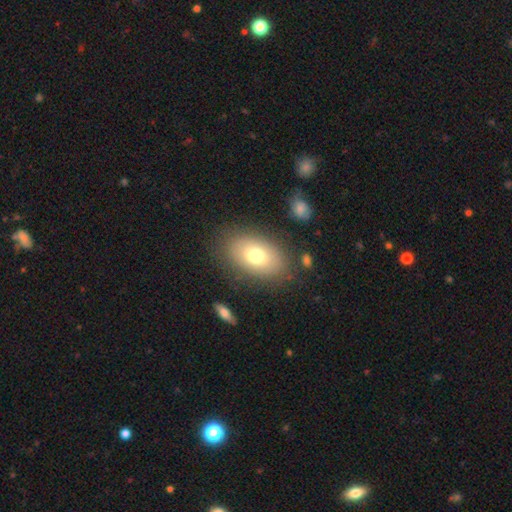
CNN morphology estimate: Q: Smooth or featured?
A: smooth (73%); runner-up: featured or disk (18%)
Q: How rounded?
A: in between (88%); runner-up: round (11%)
Q: Merging?
A: none (82%); runner-up: minor disturbance (11%)